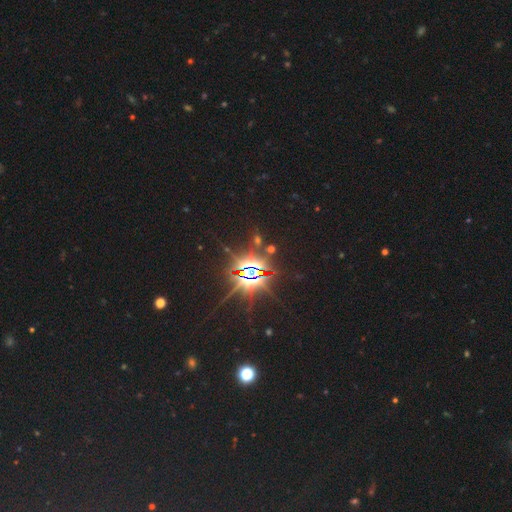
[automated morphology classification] Smooth or featured? Predicted: star or artifact (p=0.84).